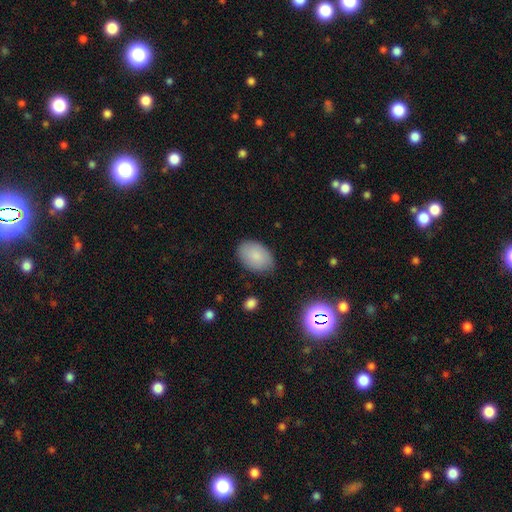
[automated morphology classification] Smooth or featured? smooth (85%)
How rounded? in between (88%)
Merging? none (83%)